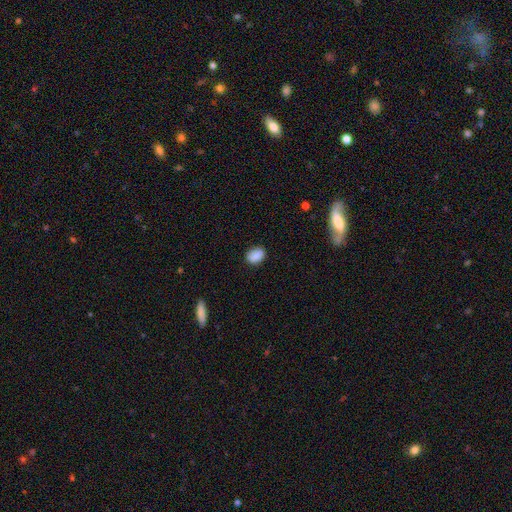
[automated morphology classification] Overall: smooth (88%). How rounded: in between (79%). Merging: none (85%).